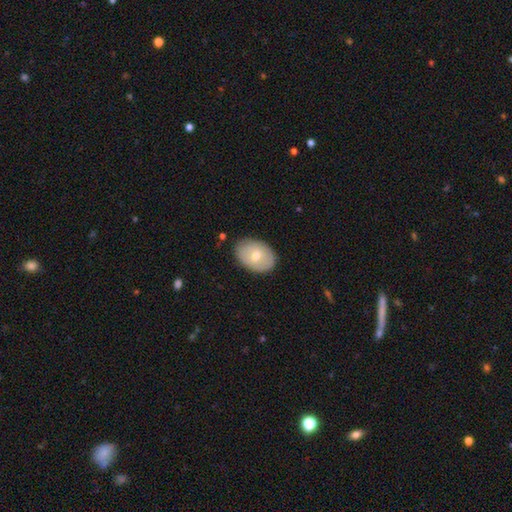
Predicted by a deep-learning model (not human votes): A smooth galaxy with no disk features (63%) that is in between round and cigar-shaped (83%).

Vote fractions:
- Smooth or featured? smooth: 63% / featured or disk: 31% / star or artifact: 7%
- How rounded? in between: 83% / round: 16% / cigar-shaped: 1%
- Merging? none: 84% / minor disturbance: 12% / major disturbance: 3% / merger: 1%